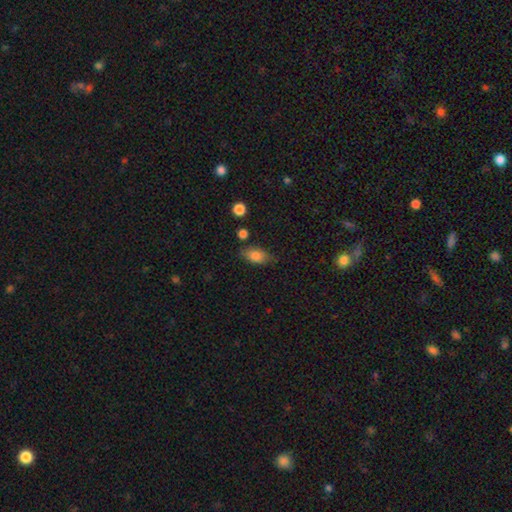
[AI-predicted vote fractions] A smooth galaxy with no disk features (81%) that is in between round and cigar-shaped (88%).

Vote fractions:
- Smooth or featured? smooth: 81% / featured or disk: 10% / star or artifact: 8%
- How rounded? in between: 88% / round: 7% / cigar-shaped: 5%
- Merging? none: 76% / minor disturbance: 17% / major disturbance: 4% / merger: 3%